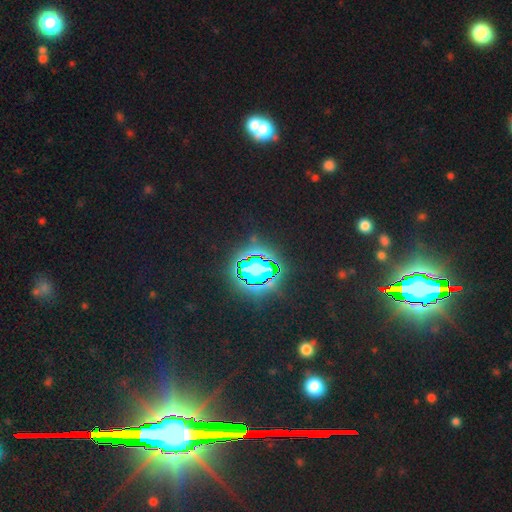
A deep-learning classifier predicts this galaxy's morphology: Q: Smooth or featured?
A: star or artifact (83%); runner-up: smooth (9%)